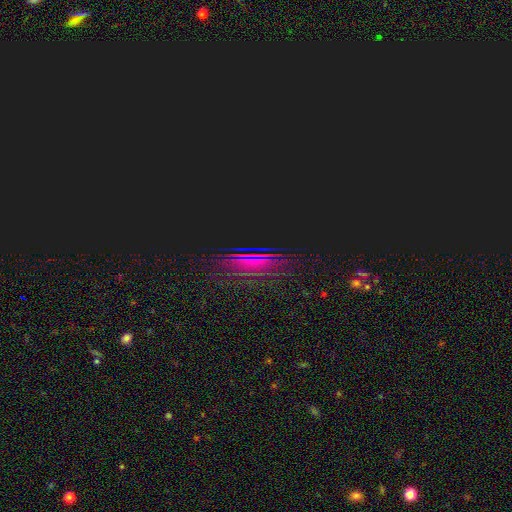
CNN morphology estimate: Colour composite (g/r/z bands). It shows a star or artifact, not a galaxy (72%).